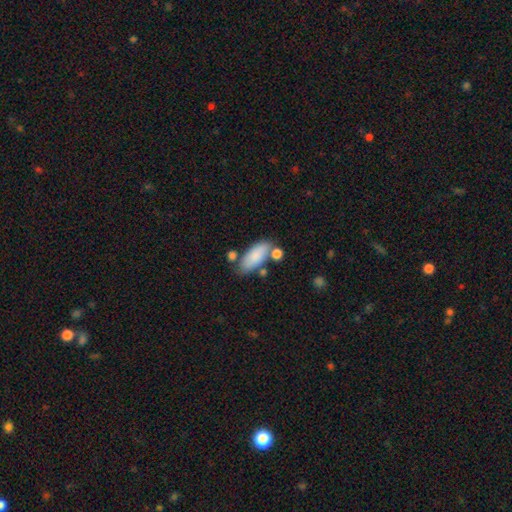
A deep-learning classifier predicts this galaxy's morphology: Q: Smooth or featured?
A: smooth (83%); runner-up: featured or disk (11%)
Q: How rounded?
A: in between (81%); runner-up: cigar-shaped (16%)
Q: Merging?
A: none (64%); runner-up: minor disturbance (17%)